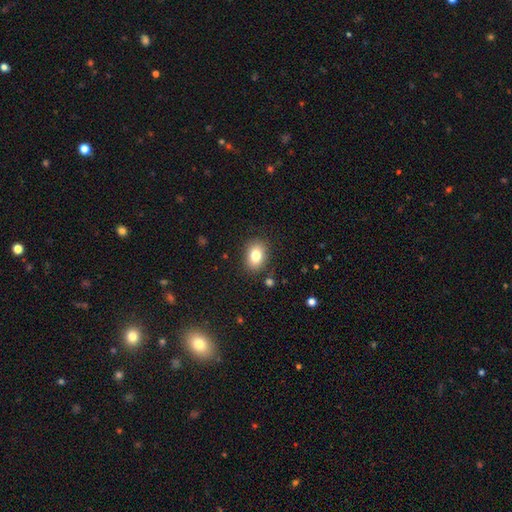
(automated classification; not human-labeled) smooth_or_featured: smooth (p=0.80) [alt: featured or disk p=0.11]
how_rounded: in between (p=0.72) [alt: round p=0.27]
merging: none (p=0.85) [alt: minor disturbance p=0.10]